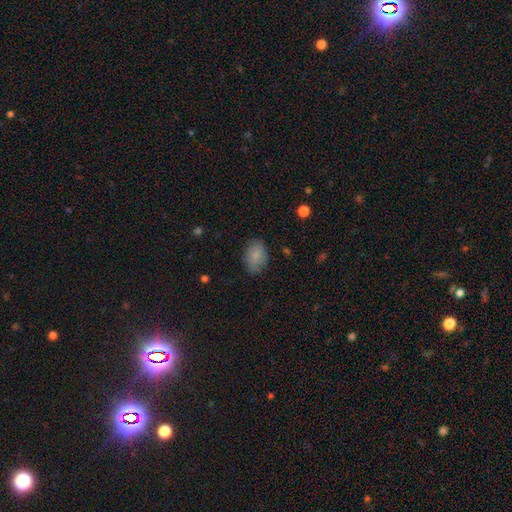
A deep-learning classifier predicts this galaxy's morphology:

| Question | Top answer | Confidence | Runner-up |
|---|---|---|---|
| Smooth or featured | smooth | 85% | featured or disk (8%) |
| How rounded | in between | 83% | round (16%) |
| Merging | none | 80% | minor disturbance (15%) |